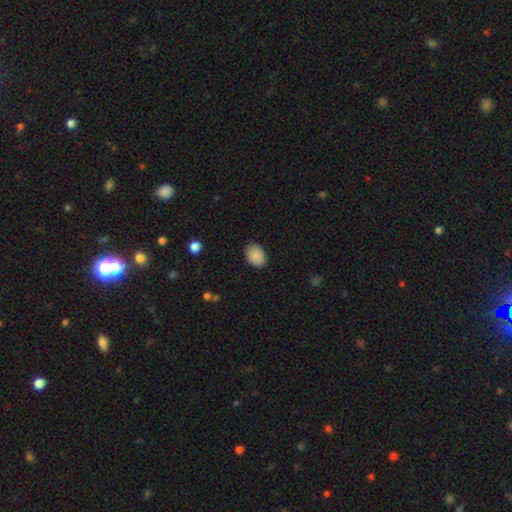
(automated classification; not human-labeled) smooth_or_featured: smooth (p=0.88) [alt: star or artifact p=0.07]
how_rounded: in between (p=0.75) [alt: round p=0.24]
merging: none (p=0.85) [alt: minor disturbance p=0.11]